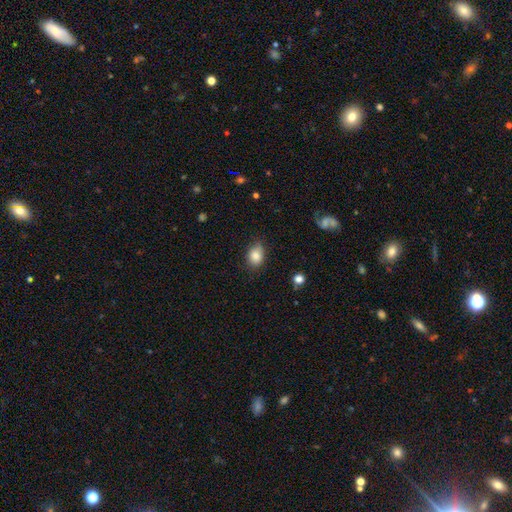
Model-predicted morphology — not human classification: This is clearly a smooth galaxy (84%). How rounded: likely in between (65%). Merging: likely none (71%).